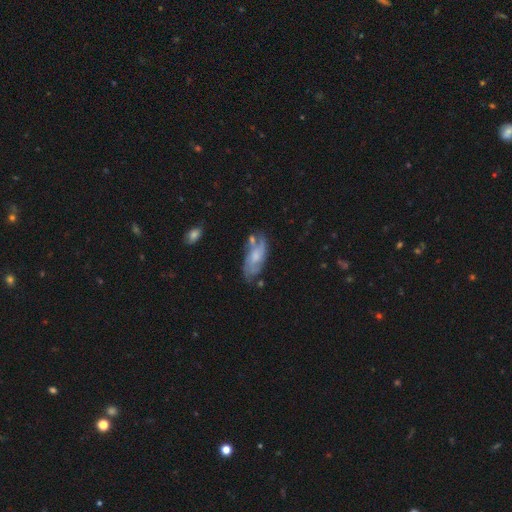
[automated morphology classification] Smooth or featured?
  - featured or disk: 63% *
  - smooth: 30%
  - star or artifact: 7%
Edge-on disk?
  - no: 90% *
  - yes: 10%
Bar?
  - no: 66% *
  - weak: 30%
  - strong: 5%
Spiral arms?
  - yes: 84% *
  - no: 16%
Bulge size?
  - moderate: 43% *
  - small: 38%
  - none: 11%
  - large: 6%
  - dominant: 1%
Merging?
  - none: 58% *
  - minor disturbance: 23%
  - merger: 9%
  - major disturbance: 9%